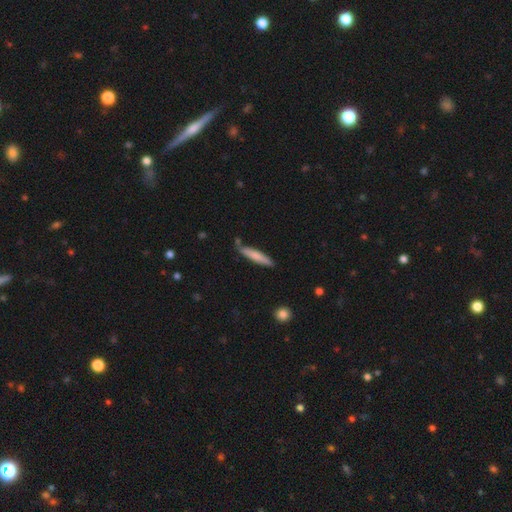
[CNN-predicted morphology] Overall: smooth (74%). How rounded: cigar-shaped (89%). Merging: none (75%).